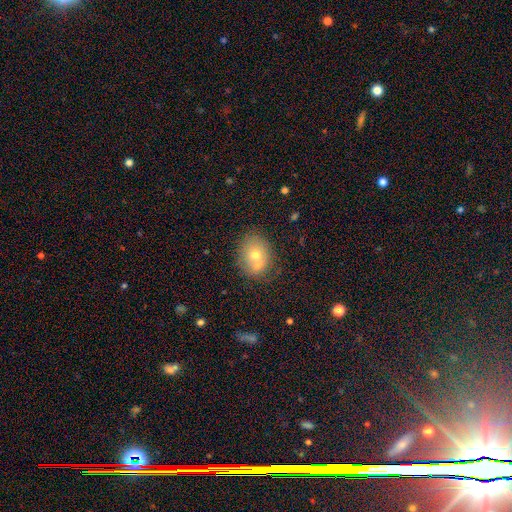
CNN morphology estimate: This is likely a smooth galaxy (67%). How rounded: possibly round (57%). Merging: possibly none (58%).